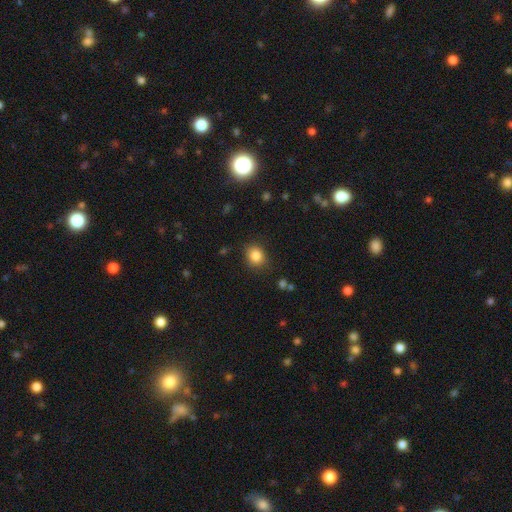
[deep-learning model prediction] Overall: smooth (84%). How rounded: round (68%; in between 31%). Merging: none (84%).